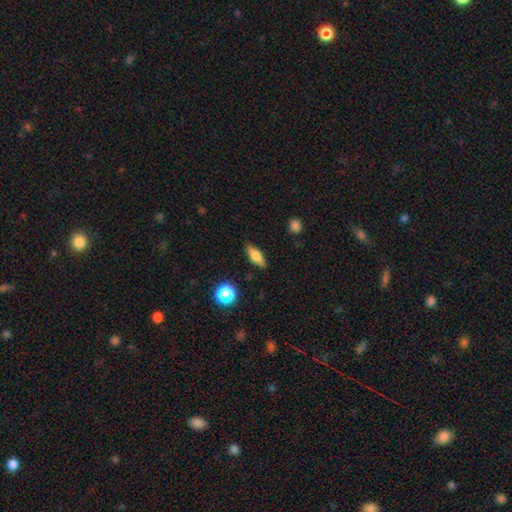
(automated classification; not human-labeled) This appears to be a smooth galaxy with no disk features (70%) that is in between round and cigar-shaped (67%). Merging: none (86%).